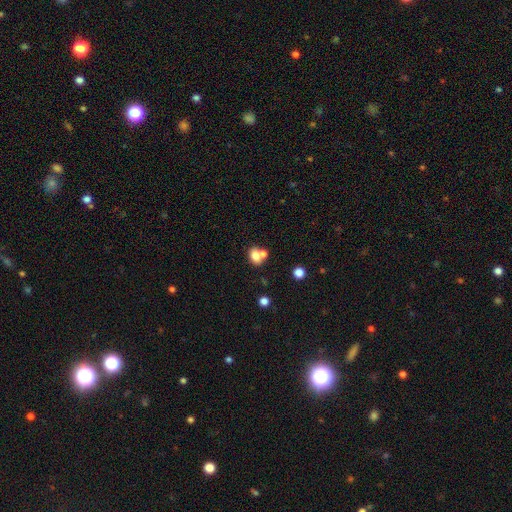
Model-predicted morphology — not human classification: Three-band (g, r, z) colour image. It shows a smooth galaxy with no disk features (75%) that is in between round and cigar-shaped (60%). Merging: merger (48%).